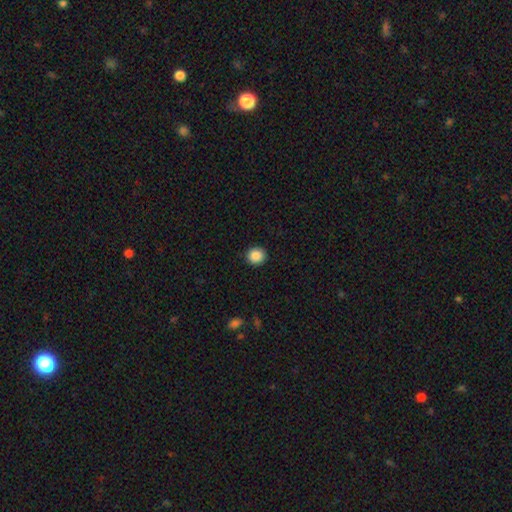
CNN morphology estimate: smooth_or_featured: smooth (p=0.88) [alt: star or artifact p=0.09]
how_rounded: round (p=0.91) [alt: in between p=0.08]
merging: none (p=0.92) [alt: minor disturbance p=0.06]